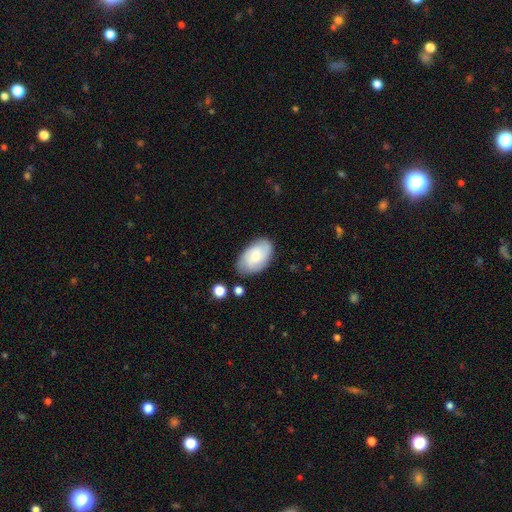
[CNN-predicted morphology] Q: Smooth or featured?
A: smooth (67%); runner-up: featured or disk (27%)
Q: How rounded?
A: in between (93%); runner-up: round (5%)
Q: Merging?
A: none (76%); runner-up: minor disturbance (17%)